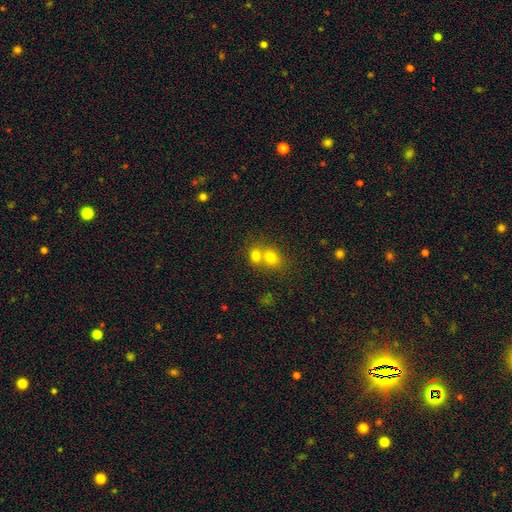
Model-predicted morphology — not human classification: Smooth or featured: smooth — 76% (star or artifact — 13%)
How rounded: round — 64% (in between — 35%)
Merging: merger — 60% (none — 32%)